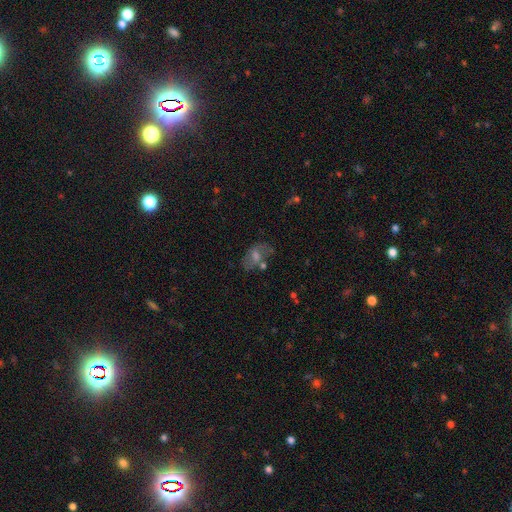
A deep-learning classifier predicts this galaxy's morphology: A smooth galaxy with no disk features (41%). Merging: none (51%).